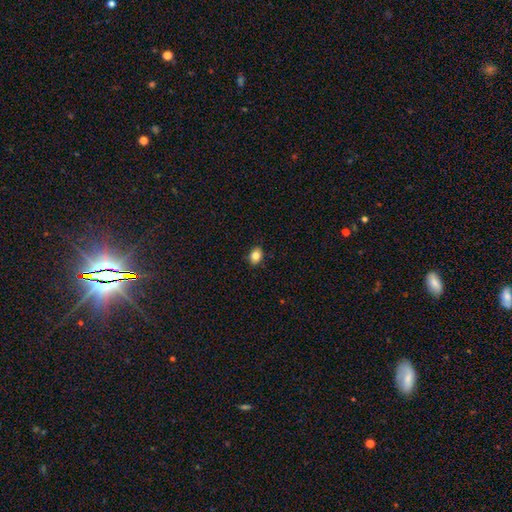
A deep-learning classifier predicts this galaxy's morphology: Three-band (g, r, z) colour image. It shows a smooth galaxy with no disk features (83%) that is in between round and cigar-shaped (65%). Merging: none (88%).